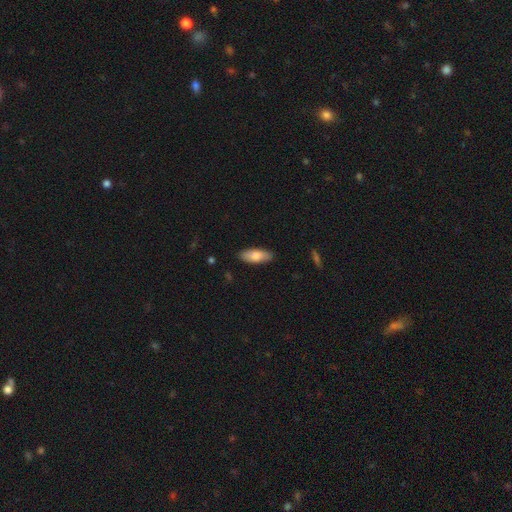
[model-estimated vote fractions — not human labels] This is likely a smooth galaxy (77%). How rounded: likely in between (76%). Merging: clearly none (88%).